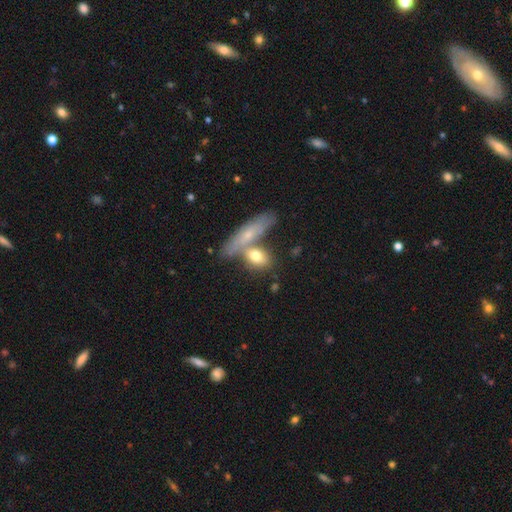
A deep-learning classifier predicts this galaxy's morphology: Smooth or featured? smooth (69%)
How rounded? in between (58%)
Merging? none (42%)